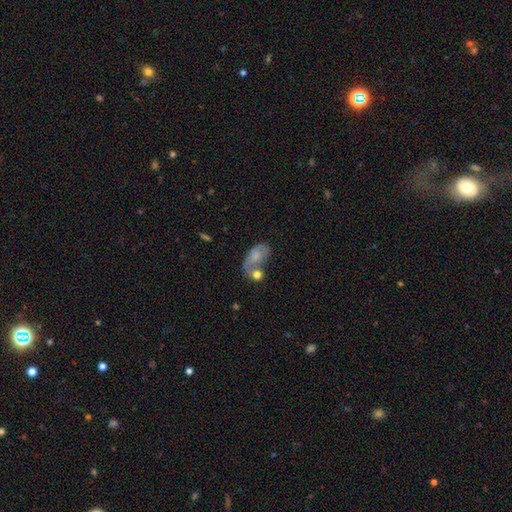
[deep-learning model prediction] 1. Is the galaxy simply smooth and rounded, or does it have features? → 63% smooth, 29% featured or disk, 9% star or artifact.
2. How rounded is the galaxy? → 87% in between, 11% round, 2% cigar-shaped.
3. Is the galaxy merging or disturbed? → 34% merger, 26% none, 20% minor disturbance, 20% major disturbance.